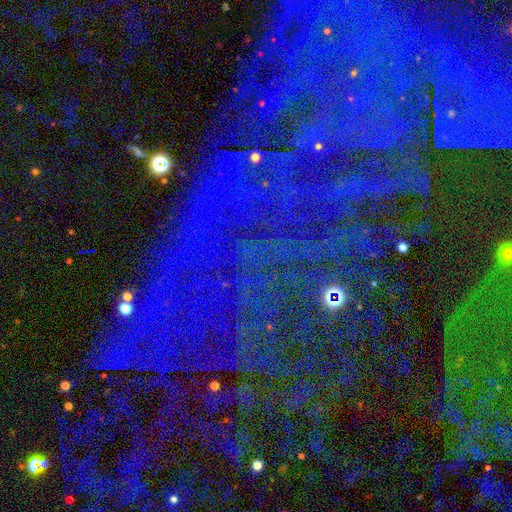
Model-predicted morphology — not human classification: A star or artifact, not a galaxy (82%).

Vote fractions:
- Smooth or featured? star or artifact: 82% / featured or disk: 10% / smooth: 8%